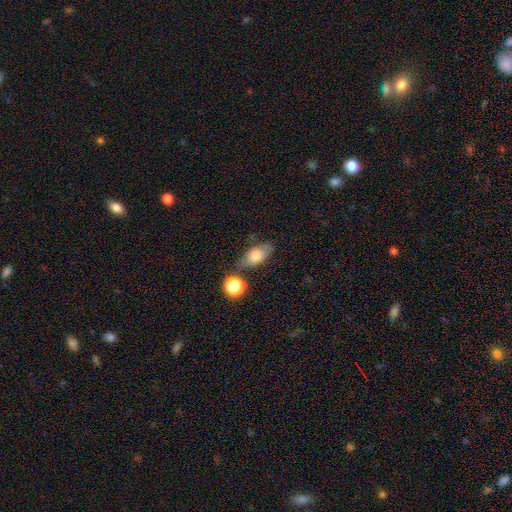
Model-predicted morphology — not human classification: A smooth galaxy with no disk features (75%) that is in between round and cigar-shaped (84%). Merging: none (66%).